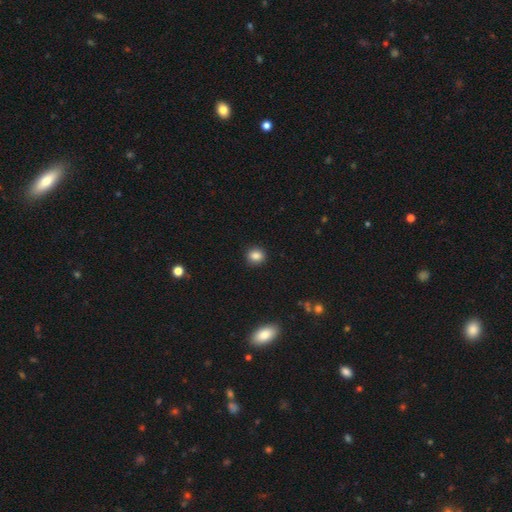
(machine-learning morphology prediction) This is clearly a smooth galaxy (85%). How rounded: clearly round (81%). Merging: clearly none (91%).